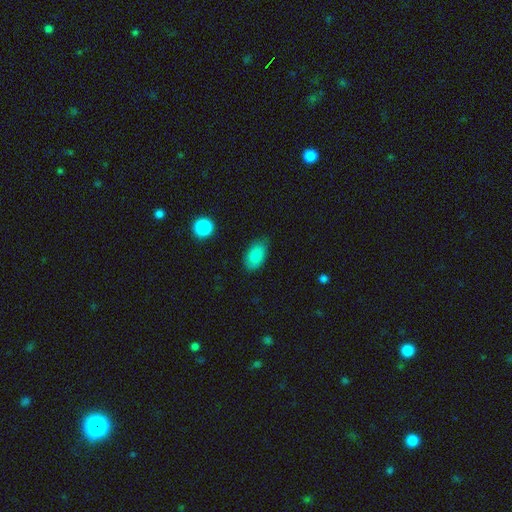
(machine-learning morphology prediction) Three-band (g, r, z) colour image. It shows a smooth galaxy with no disk features (85%) that is in between round and cigar-shaped (92%). Merging: none (75%).